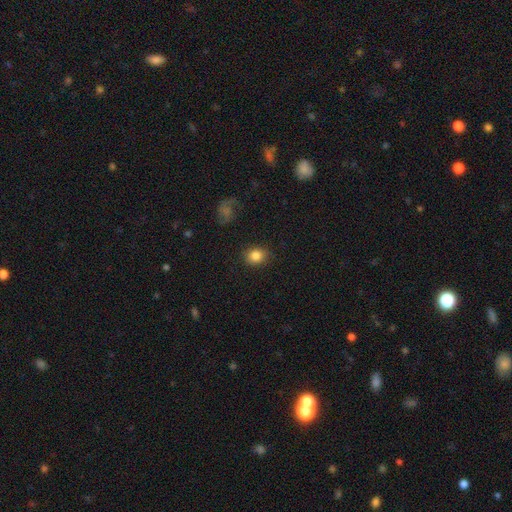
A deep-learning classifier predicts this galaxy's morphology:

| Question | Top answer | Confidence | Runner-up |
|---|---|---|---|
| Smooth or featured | smooth | 85% | star or artifact (9%) |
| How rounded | round | 64% | in between (35%) |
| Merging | none | 84% | minor disturbance (12%) |